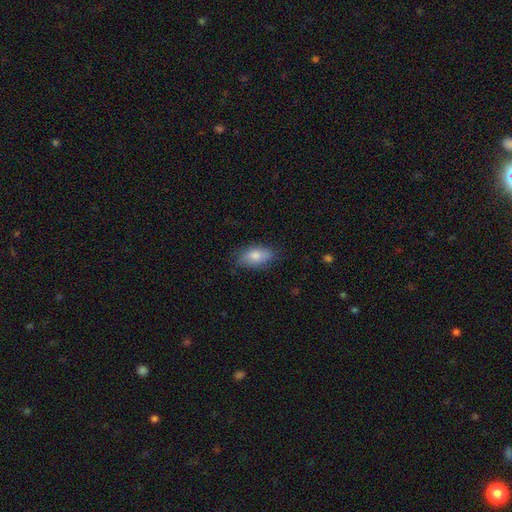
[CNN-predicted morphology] smooth 79%, featured or disk 15%, star or artifact 7%. Down the decision tree: how rounded — in between (91%); merging — none (74%).